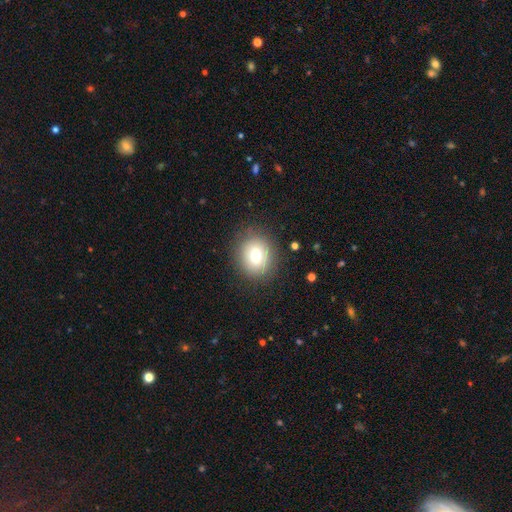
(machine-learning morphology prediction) A smooth galaxy with no disk features (74%) that is round (70%).

Vote fractions:
- Smooth or featured? smooth: 74% / featured or disk: 15% / star or artifact: 11%
- How rounded? round: 70% / in between: 29% / cigar-shaped: 1%
- Merging? none: 85% / minor disturbance: 10% / major disturbance: 4% / merger: 1%